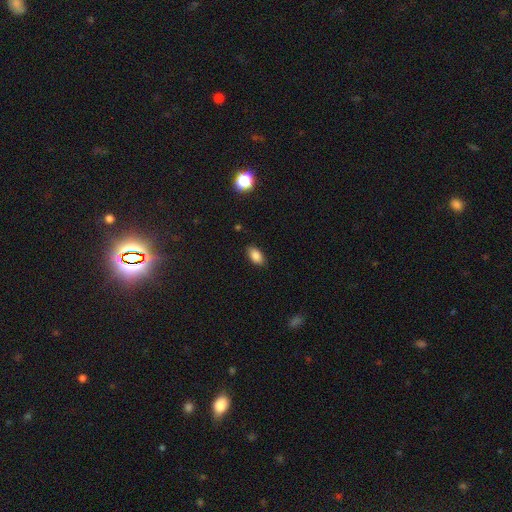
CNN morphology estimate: smooth 86%, star or artifact 9%, featured or disk 5%. Down the decision tree: how rounded — in between (92%); merging — none (86%).